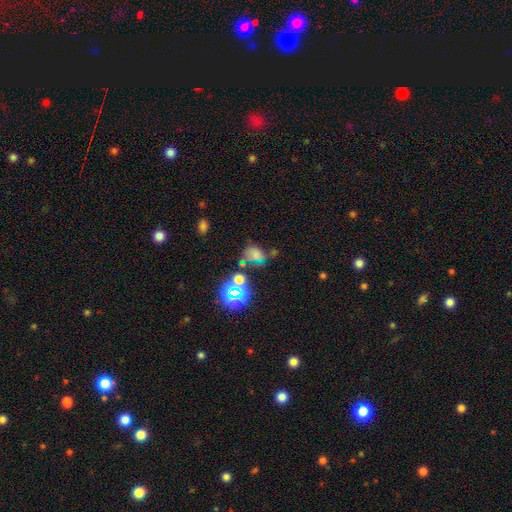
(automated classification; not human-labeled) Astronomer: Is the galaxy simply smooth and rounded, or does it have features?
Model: smooth — 50% (runner-up: star or artifact, 32%).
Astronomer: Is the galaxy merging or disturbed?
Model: none — 38% (runner-up: minor disturbance, 23%).